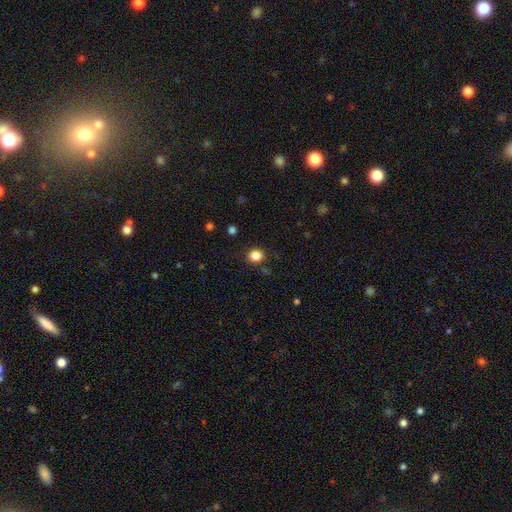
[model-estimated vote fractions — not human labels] Overall: smooth (85%). How rounded: round (78%). Merging: none (88%).